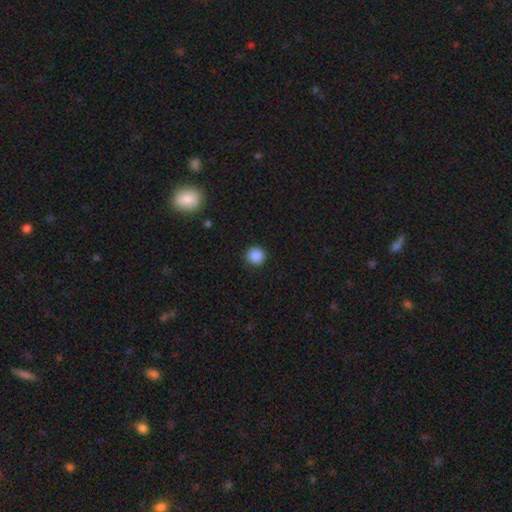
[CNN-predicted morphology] Smooth or featured?
  - smooth: 88% *
  - star or artifact: 10%
  - featured or disk: 2%
How rounded?
  - round: 94% *
  - in between: 5%
  - cigar-shaped: 1%
Merging?
  - none: 91% *
  - minor disturbance: 6%
  - major disturbance: 2%
  - merger: 1%